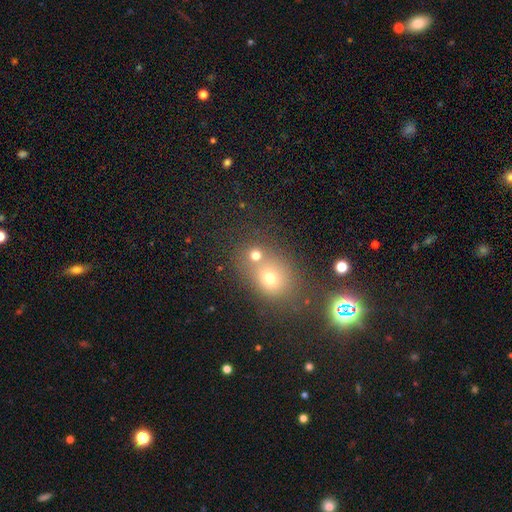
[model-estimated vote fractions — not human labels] This is likely a smooth galaxy (68%). How rounded: likely round (76%). Merging: possibly none (51%).